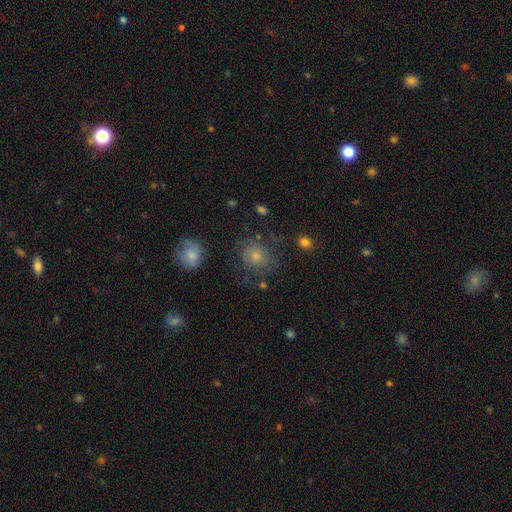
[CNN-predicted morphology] Smooth or featured? Predicted: smooth (p=0.54). How rounded? Predicted: round (p=0.85). Merging? Predicted: none (p=0.76).